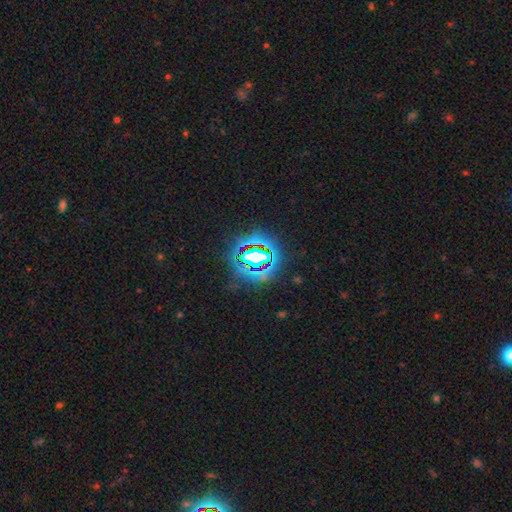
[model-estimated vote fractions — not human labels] Overall: star or artifact (75%).